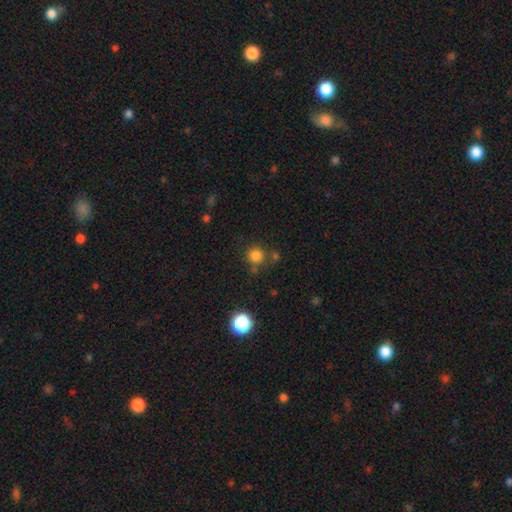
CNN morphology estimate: smooth_or_featured: smooth (p=0.81) [alt: star or artifact p=0.14]
how_rounded: round (p=0.92) [alt: in between p=0.07]
merging: none (p=0.73) [alt: merger p=0.12]